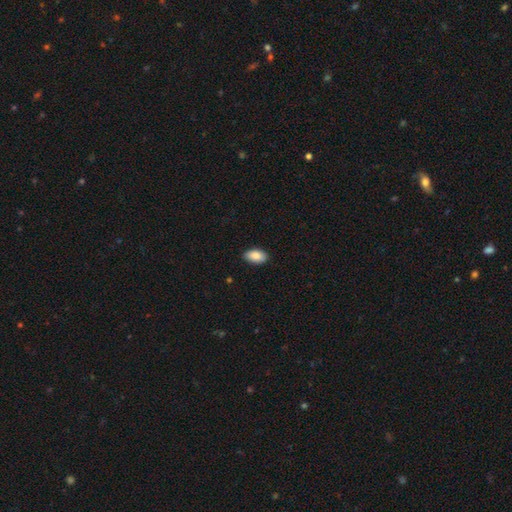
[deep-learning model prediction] Smooth or featured? smooth (86%)
How rounded? in between (94%)
Merging? none (88%)